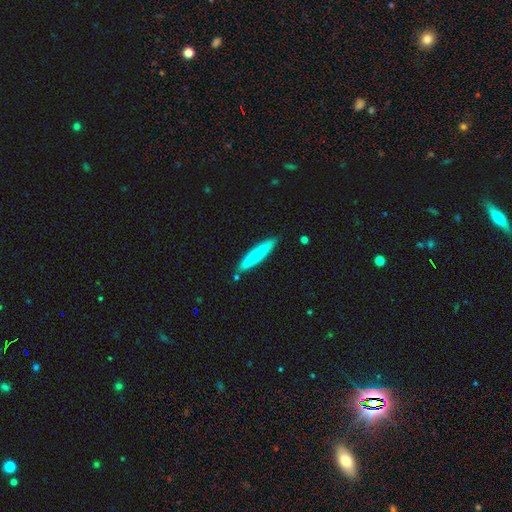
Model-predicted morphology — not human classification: Smooth or featured: smooth — 69% (featured or disk — 25%)
How rounded: cigar-shaped — 88% (in between — 11%)
Merging: none — 80% (minor disturbance — 13%)